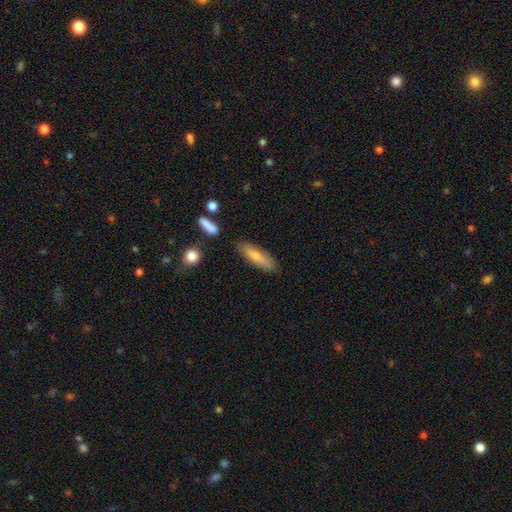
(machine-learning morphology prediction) Smooth or featured? smooth (62%)
How rounded? cigar-shaped (68%)
Merging? none (82%)